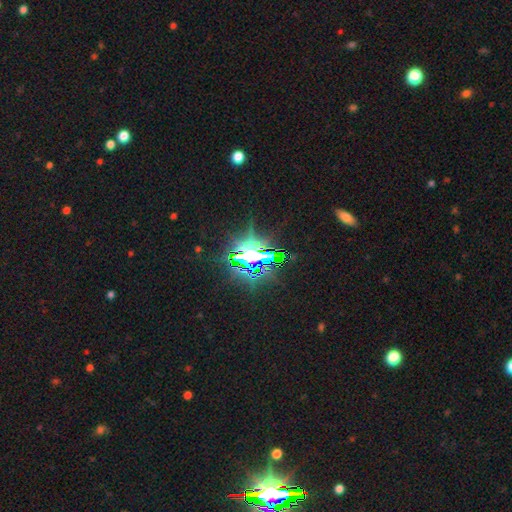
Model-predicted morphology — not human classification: Q: Smooth or featured?
A: star or artifact (77%); runner-up: featured or disk (12%)